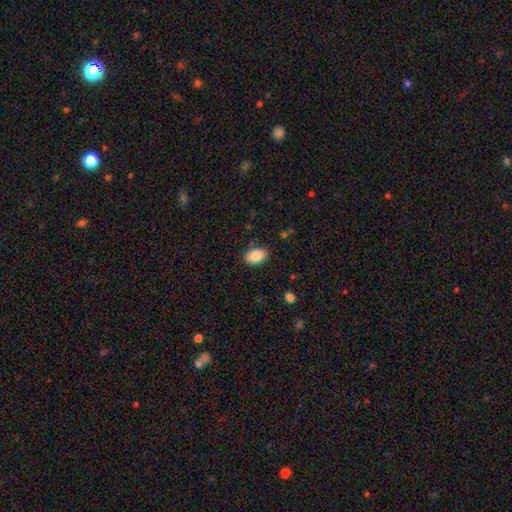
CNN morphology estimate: Smooth or featured? Predicted: smooth (p=0.86). How rounded? Predicted: in between (p=0.88). Merging? Predicted: none (p=0.85).